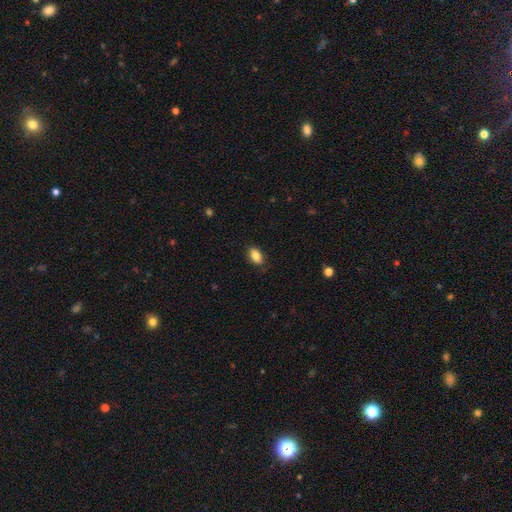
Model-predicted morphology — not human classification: Q: Smooth or featured?
A: smooth (85%); runner-up: star or artifact (8%)
Q: How rounded?
A: in between (89%); runner-up: round (10%)
Q: Merging?
A: none (85%); runner-up: minor disturbance (11%)